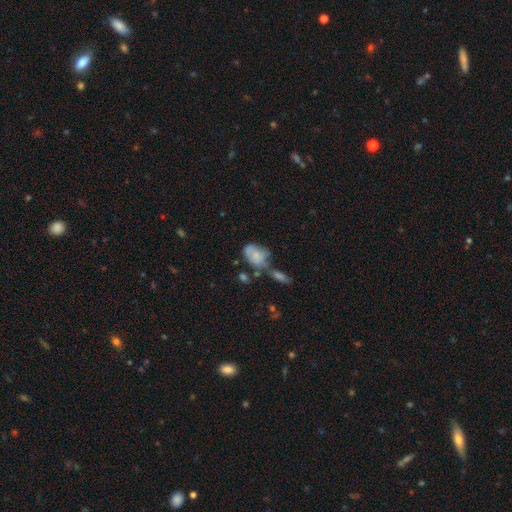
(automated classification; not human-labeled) A smooth galaxy with no disk features (65%) that is in between round and cigar-shaped (80%).

Vote fractions:
- Smooth or featured? smooth: 65% / featured or disk: 27% / star or artifact: 9%
- How rounded? in between: 80% / round: 18% / cigar-shaped: 2%
- Merging? none: 30% / merger: 29% / minor disturbance: 25% / major disturbance: 17%